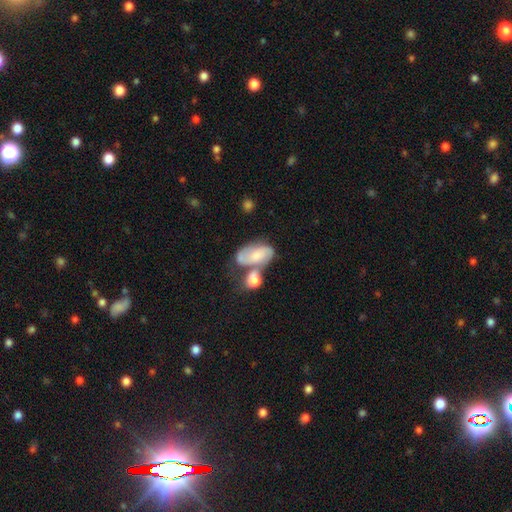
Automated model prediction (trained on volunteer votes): Overall: featured or disk (53%; smooth 40%). Edge-on disk: no (95%). Bar: no (61%; weak 31%). Spiral arms: yes (82%). Bulge size: small (43%; moderate 35%). Merging: merger (48%; none 27%).